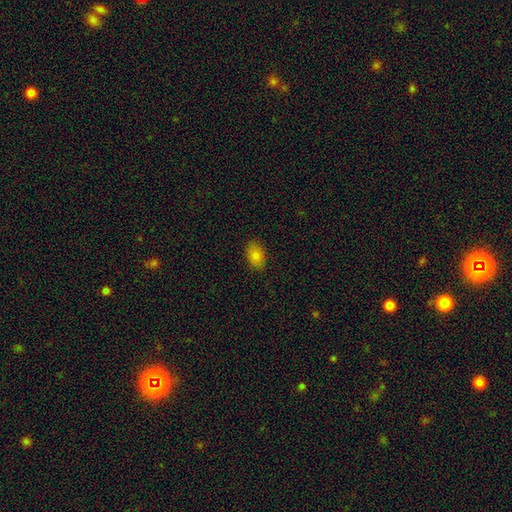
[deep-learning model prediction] Smooth or featured? Predicted: smooth (p=0.82). How rounded? Predicted: in between (p=0.90). Merging? Predicted: none (p=0.86).